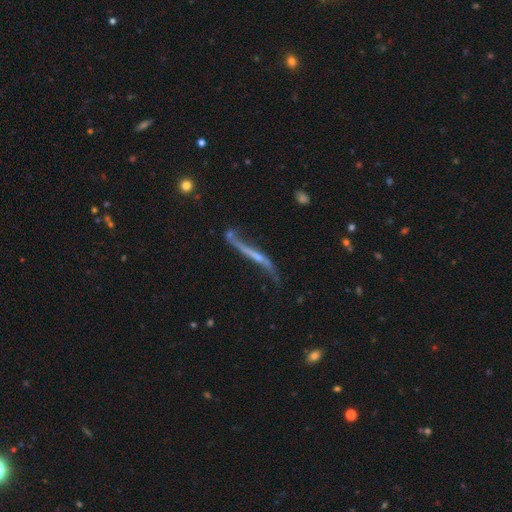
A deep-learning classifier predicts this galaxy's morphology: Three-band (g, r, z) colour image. It shows a featured or disk galaxy (74%) viewed edge-on (68%) with no central bulge (57%). Merging: none (42%).